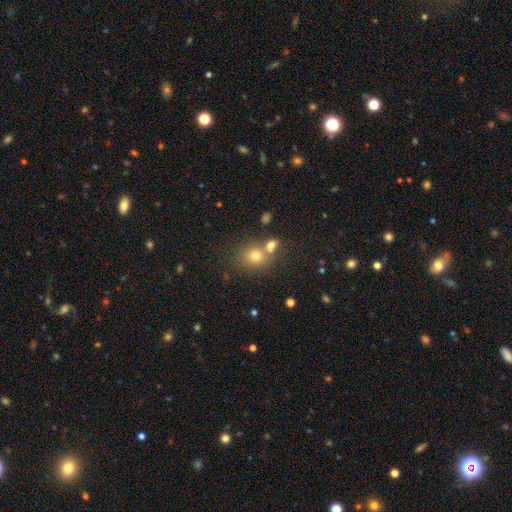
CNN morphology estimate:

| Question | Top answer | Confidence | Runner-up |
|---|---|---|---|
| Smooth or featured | smooth | 66% | star or artifact (23%) |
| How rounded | round | 78% | in between (21%) |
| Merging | none | 58% | merger (31%) |